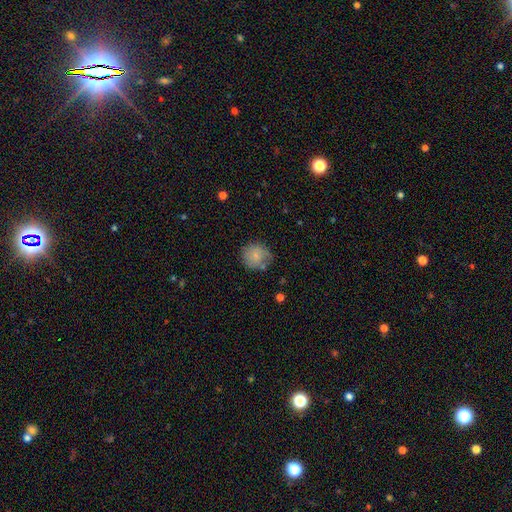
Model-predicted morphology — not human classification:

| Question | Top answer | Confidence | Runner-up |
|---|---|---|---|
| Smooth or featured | smooth | 74% | featured or disk (17%) |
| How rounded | round | 86% | in between (13%) |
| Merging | none | 63% | minor disturbance (25%) |